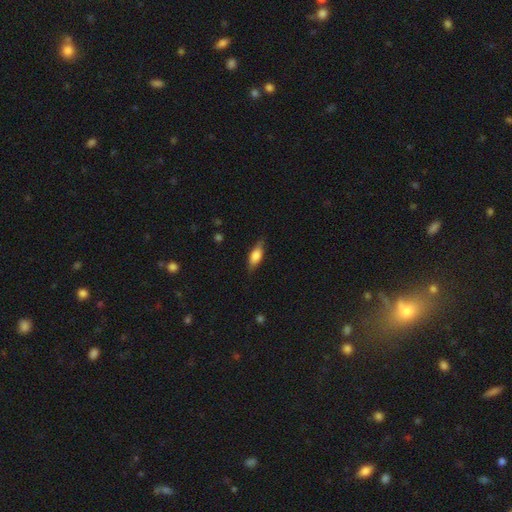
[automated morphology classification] Smooth or featured: smooth — 67% (featured or disk — 26%)
How rounded: in between — 70% (cigar-shaped — 27%)
Merging: none — 79% (minor disturbance — 16%)